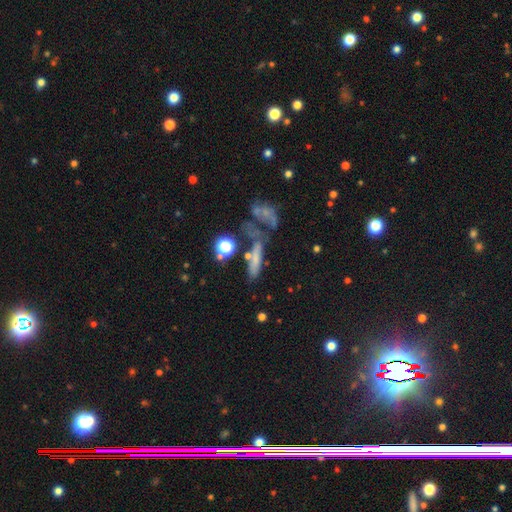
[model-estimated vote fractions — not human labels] A smooth galaxy with no disk features (51%) that is cigar-shaped (64%).

Vote fractions:
- Smooth or featured? smooth: 51% / featured or disk: 28% / star or artifact: 20%
- How rounded? cigar-shaped: 64% / in between: 25% / round: 12%
- Merging? none: 43% / merger: 24% / minor disturbance: 17% / major disturbance: 15%